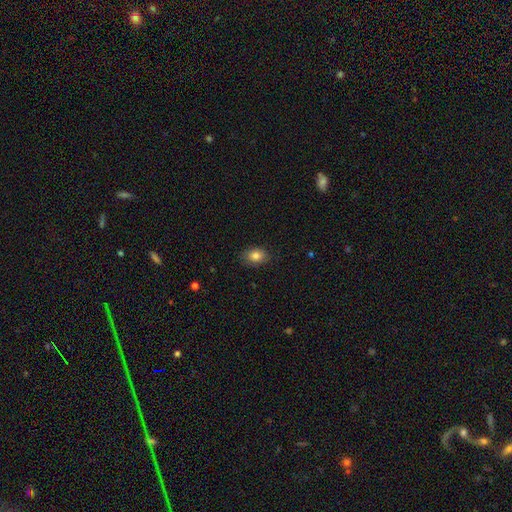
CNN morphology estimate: A smooth galaxy with no disk features (83%) that is in between round and cigar-shaped (73%).

Vote fractions:
- Smooth or featured? smooth: 83% / star or artifact: 9% / featured or disk: 8%
- How rounded? in between: 73% / round: 26% / cigar-shaped: 1%
- Merging? none: 82% / minor disturbance: 14% / major disturbance: 3% / merger: 1%